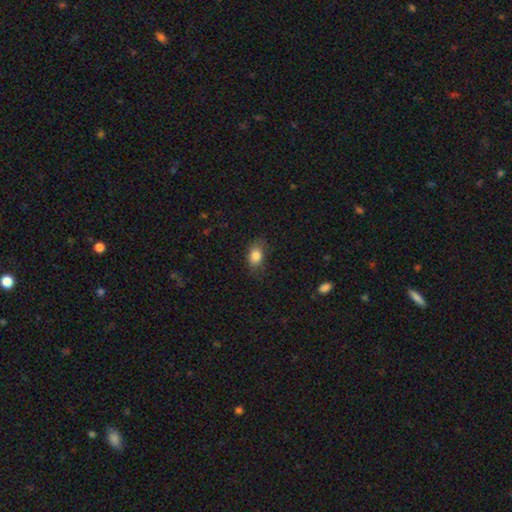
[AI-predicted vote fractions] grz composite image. It shows a smooth galaxy with no disk features (84%) that is in between round and cigar-shaped (78%). Merging: none (74%).